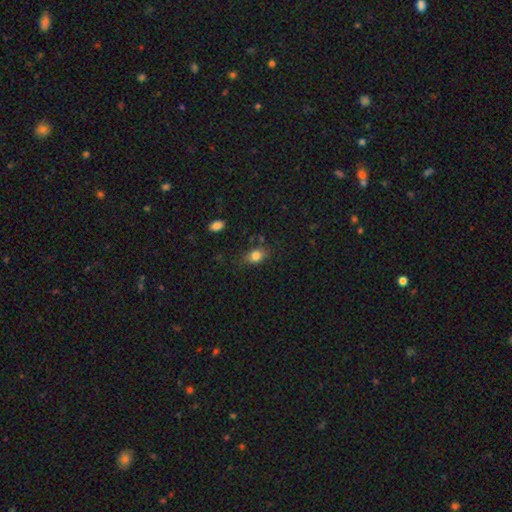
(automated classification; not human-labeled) Morphology: type=smooth (81%); roundness=in between (66%); merging=none (72%).